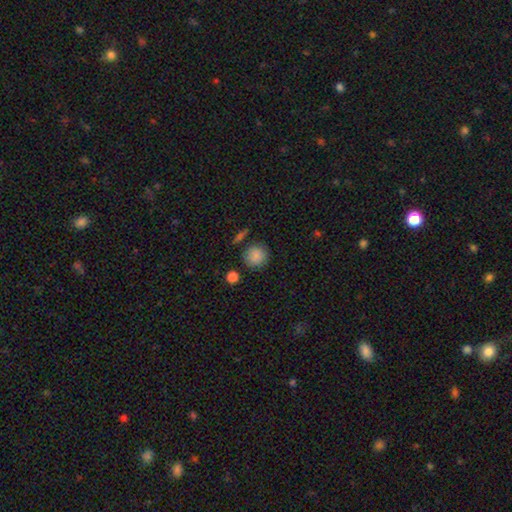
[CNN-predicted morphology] Smooth or featured? smooth (87%)
How rounded? round (91%)
Merging? none (83%)